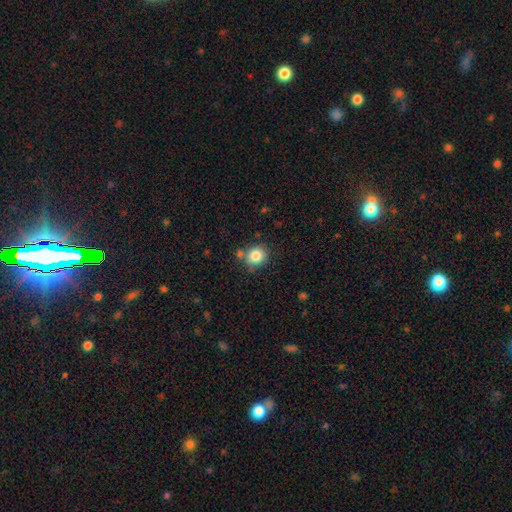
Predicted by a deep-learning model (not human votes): Smooth or featured: smooth — 84% (star or artifact — 10%)
How rounded: round — 79% (in between — 20%)
Merging: none — 72% (minor disturbance — 13%)